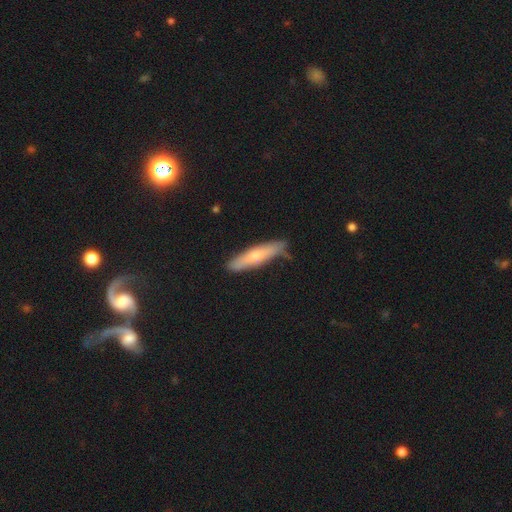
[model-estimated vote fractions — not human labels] A smooth galaxy with no disk features (60%) that is cigar-shaped (82%). Merging: none (76%).